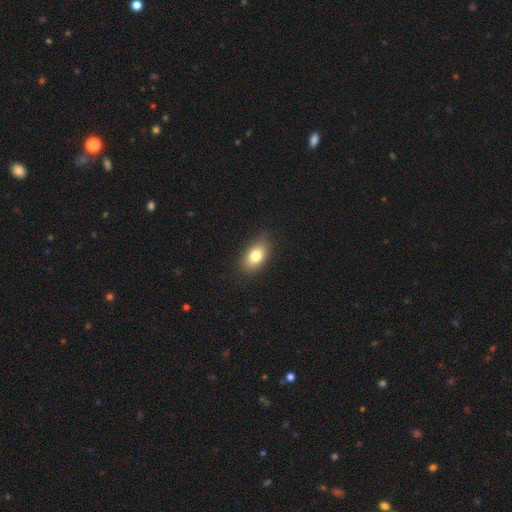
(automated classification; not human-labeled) Q: Smooth or featured?
A: smooth (79%); runner-up: featured or disk (12%)
Q: How rounded?
A: in between (88%); runner-up: round (9%)
Q: Merging?
A: none (80%); runner-up: minor disturbance (16%)